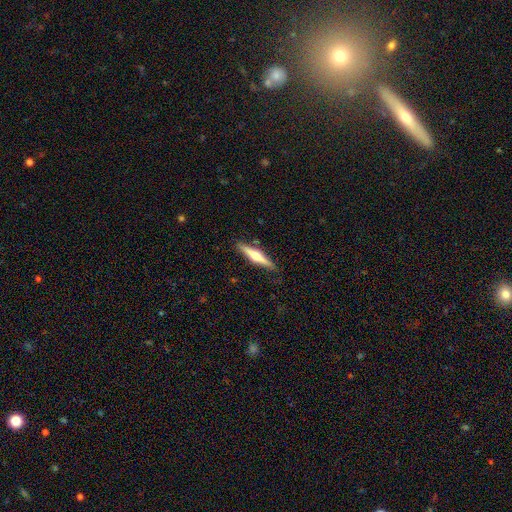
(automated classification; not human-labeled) Smooth or featured?
  - featured or disk: 59% *
  - smooth: 35%
  - star or artifact: 5%
Edge-on disk?
  - yes: 96% *
  - no: 4%
Edge-on bulge?
  - rounded: 91% *
  - none: 5%
  - boxy: 4%
Merging?
  - none: 87% *
  - minor disturbance: 10%
  - merger: 2%
  - major disturbance: 2%